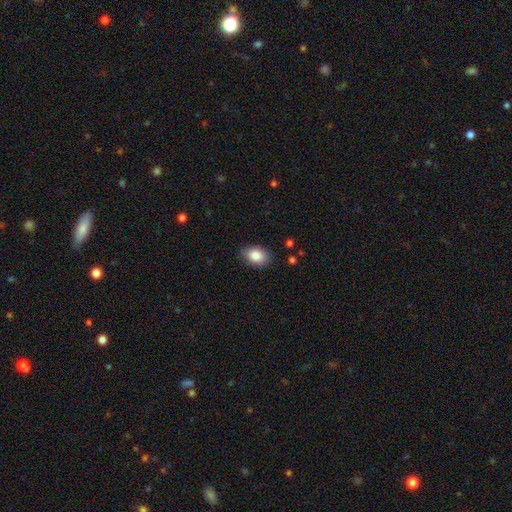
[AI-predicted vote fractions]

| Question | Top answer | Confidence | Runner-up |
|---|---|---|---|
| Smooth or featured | smooth | 86% | star or artifact (8%) |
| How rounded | in between | 80% | round (19%) |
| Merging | none | 83% | minor disturbance (13%) |